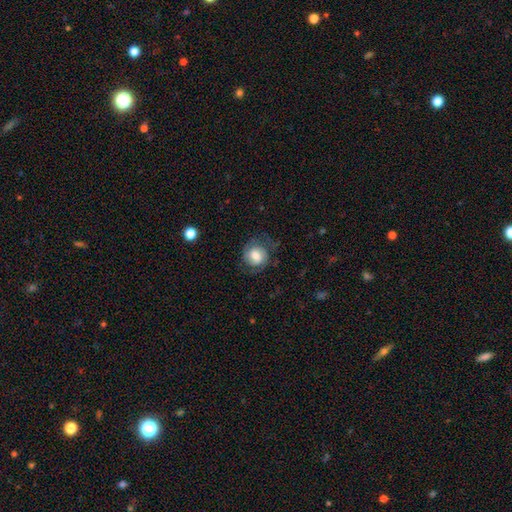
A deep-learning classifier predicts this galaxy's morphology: Smooth or featured? Predicted: smooth (p=0.49). Merging? Predicted: none (p=0.62).